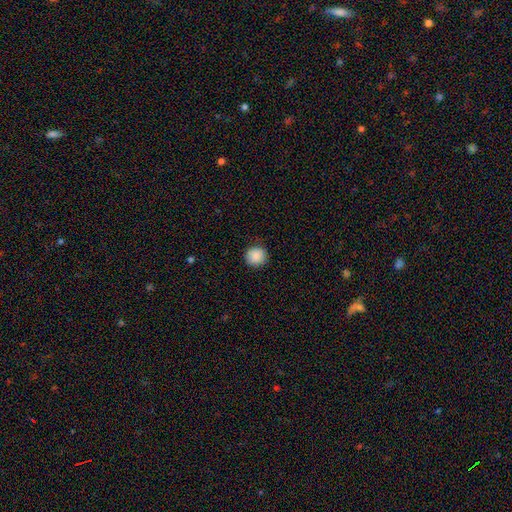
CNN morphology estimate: Smooth or featured: smooth — 89% (star or artifact — 8%)
How rounded: round — 93% (in between — 6%)
Merging: none — 90% (minor disturbance — 7%)